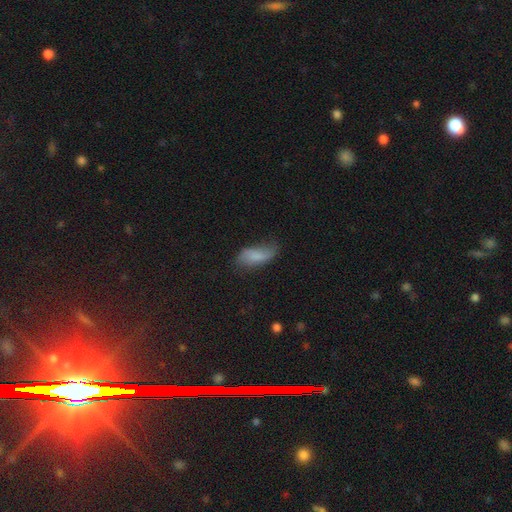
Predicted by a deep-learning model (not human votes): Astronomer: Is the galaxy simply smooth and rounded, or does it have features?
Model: smooth — 65%.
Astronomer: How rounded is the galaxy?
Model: in between — 83%.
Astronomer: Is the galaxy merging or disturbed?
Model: none — 50% (runner-up: minor disturbance, 34%).